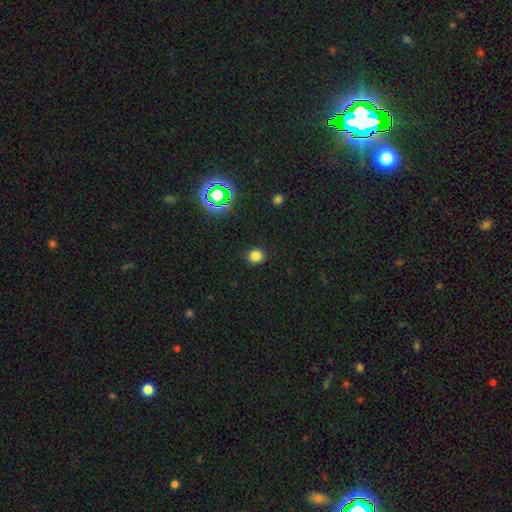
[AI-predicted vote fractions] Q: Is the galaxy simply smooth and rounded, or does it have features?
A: smooth — 79%.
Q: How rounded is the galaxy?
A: round — 88%.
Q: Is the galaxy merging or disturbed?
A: none — 91%.